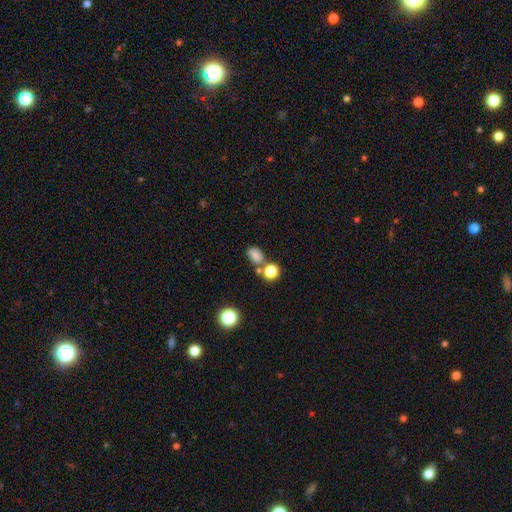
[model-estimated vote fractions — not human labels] smooth_or_featured: smooth (p=0.79) [alt: star or artifact p=0.14]
how_rounded: in between (p=0.72) [alt: round p=0.26]
merging: none (p=0.57) [alt: merger p=0.23]